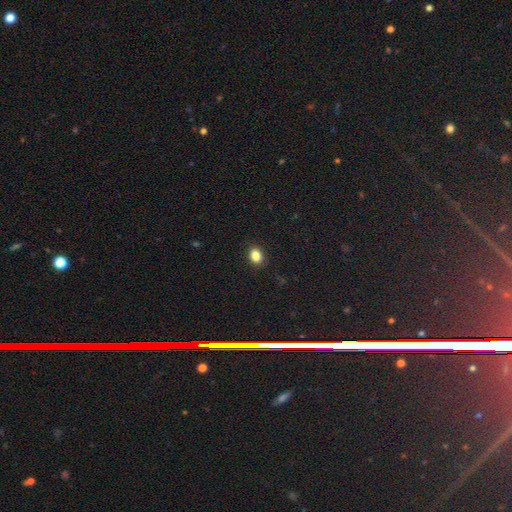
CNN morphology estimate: Smooth or featured? Predicted: smooth (p=0.86). How rounded? Predicted: in between (p=0.69). Merging? Predicted: none (p=0.89).